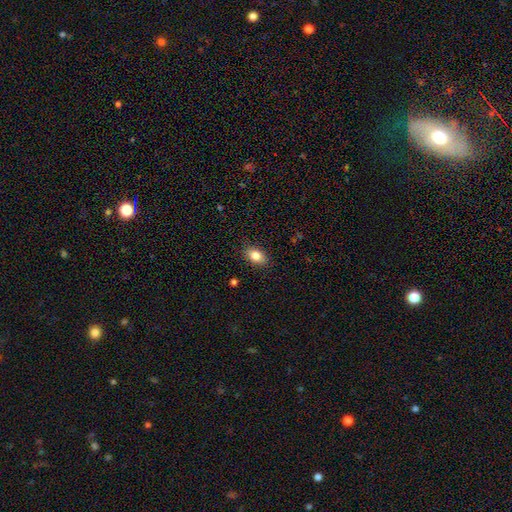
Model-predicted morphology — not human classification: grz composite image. It shows a smooth galaxy with no disk features (83%) that is in between round and cigar-shaped (81%). Merging: none (87%).